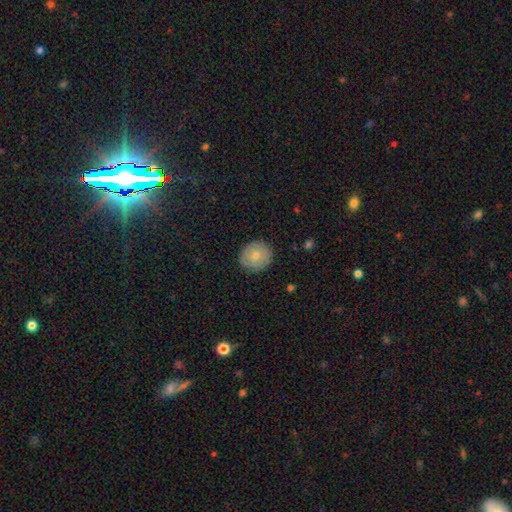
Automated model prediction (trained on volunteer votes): This is likely a smooth galaxy (73%). How rounded: clearly round (86%). Merging: clearly none (87%).